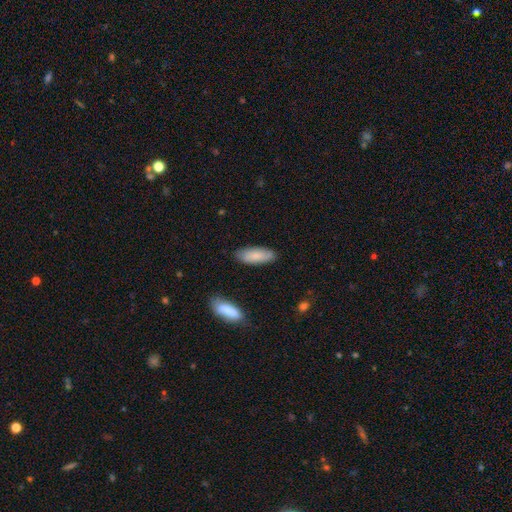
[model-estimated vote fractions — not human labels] The model was most divided on "how rounded": in between: 70%, cigar-shaped: 28%, round: 2%. More confident: merging — none (83%); smooth or featured — smooth (82%).